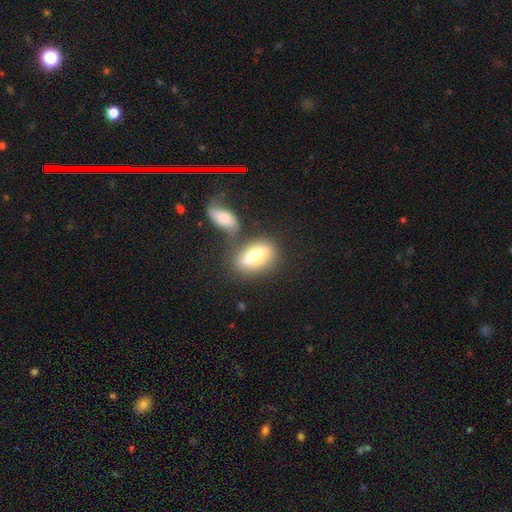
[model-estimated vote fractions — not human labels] smooth 62%, featured or disk 30%, star or artifact 7%. Down the decision tree: how rounded — in between (76%); merging — none (59%).